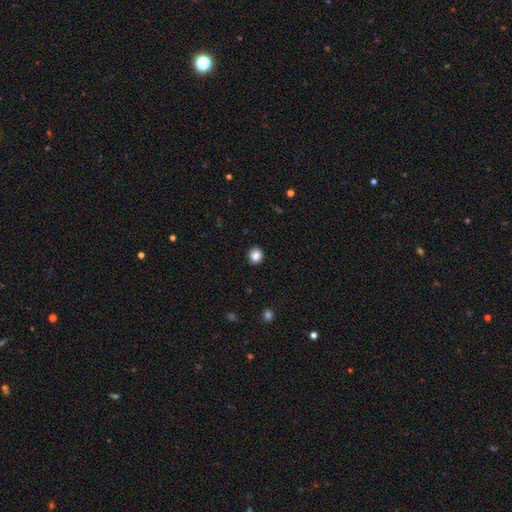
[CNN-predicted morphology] smooth 86%, star or artifact 10%, featured or disk 4%. Down the decision tree: how rounded — round (82%); merging — none (91%).